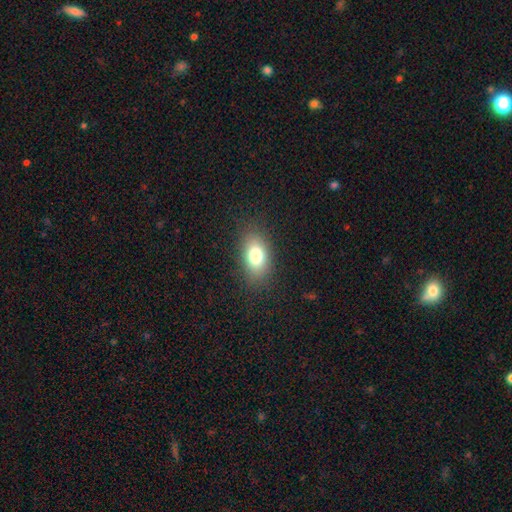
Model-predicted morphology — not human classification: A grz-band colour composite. It shows a smooth galaxy with no disk features (79%) that is in between round and cigar-shaped (85%). Merging: none (85%).